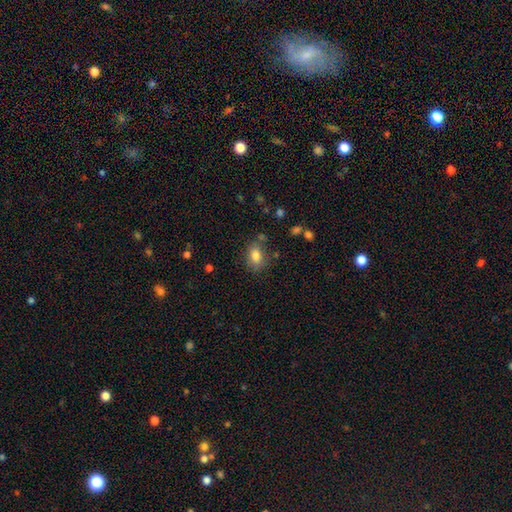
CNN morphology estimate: Smooth or featured?
  - smooth: 82% *
  - star or artifact: 9%
  - featured or disk: 8%
How rounded?
  - in between: 78% *
  - round: 20%
  - cigar-shaped: 2%
Merging?
  - none: 76% *
  - minor disturbance: 15%
  - merger: 5%
  - major disturbance: 4%